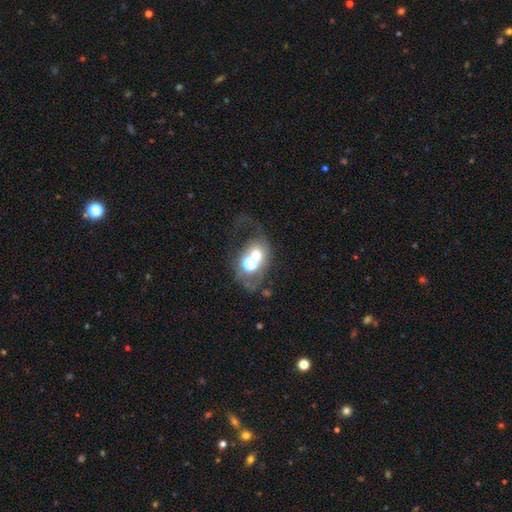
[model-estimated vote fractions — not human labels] Smooth or featured: smooth — 44% (featured or disk — 38%)
Merging: merger — 40% (none — 28%)